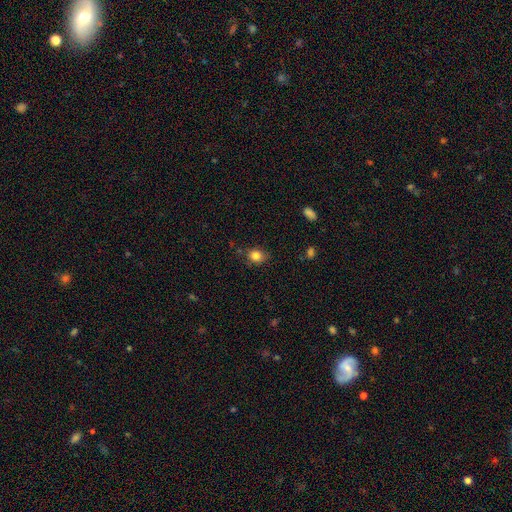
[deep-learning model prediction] A smooth galaxy with no disk features (83%) that is round (53%).

Vote fractions:
- Smooth or featured? smooth: 83% / star or artifact: 10% / featured or disk: 6%
- How rounded? round: 53% / in between: 45% / cigar-shaped: 1%
- Merging? none: 77% / minor disturbance: 17% / major disturbance: 4% / merger: 2%